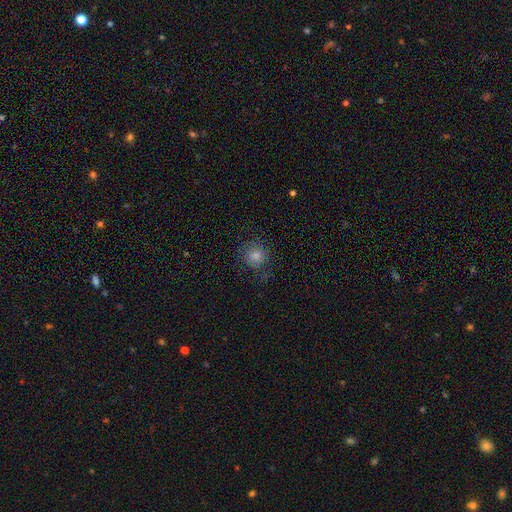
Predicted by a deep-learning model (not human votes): Q: Smooth or featured?
A: smooth (70%); runner-up: star or artifact (18%)
Q: How rounded?
A: round (91%); runner-up: in between (8%)
Q: Merging?
A: none (78%); runner-up: minor disturbance (15%)